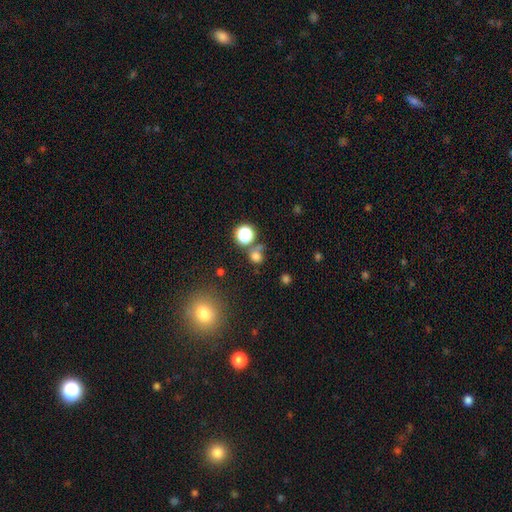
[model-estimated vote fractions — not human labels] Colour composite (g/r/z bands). It shows a smooth galaxy with no disk features (71%) that is round (82%). Merging: none (64%).